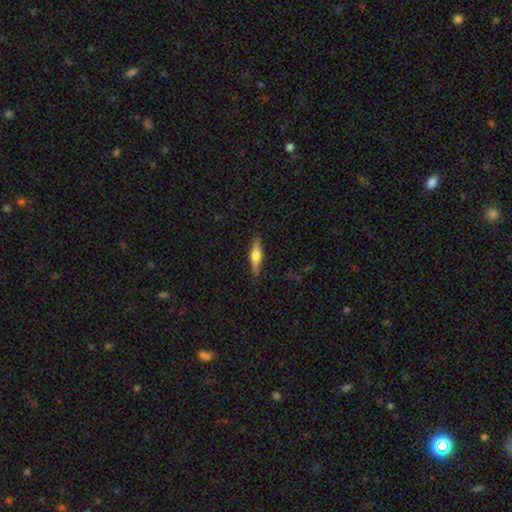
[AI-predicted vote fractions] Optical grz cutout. It shows a smooth galaxy with no disk features (52%) that is cigar-shaped (65%). Merging: none (86%).